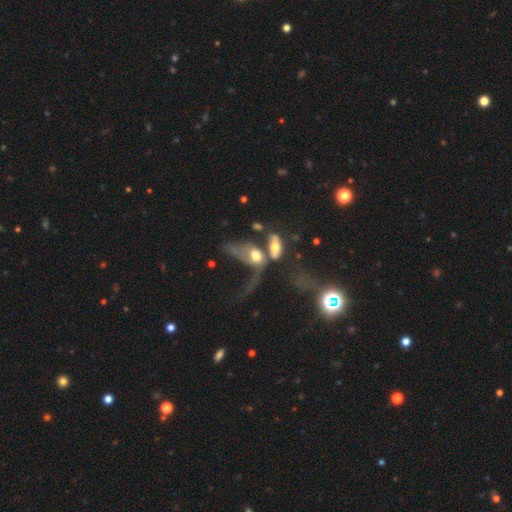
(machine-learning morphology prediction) This appears to be a smooth galaxy with no disk features (48%). Merging: merger (58%).